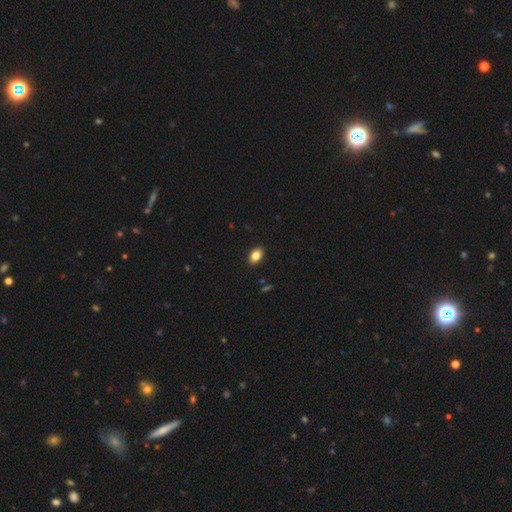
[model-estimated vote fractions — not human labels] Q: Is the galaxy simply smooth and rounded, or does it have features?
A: smooth — 83%.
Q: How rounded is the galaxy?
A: in between — 84%.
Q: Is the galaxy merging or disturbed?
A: none — 90%.